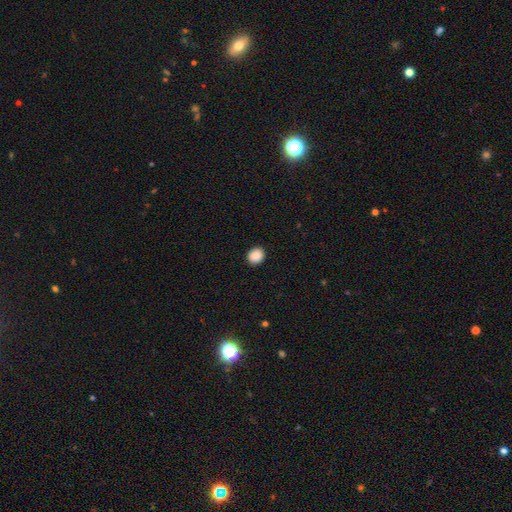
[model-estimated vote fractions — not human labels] A smooth galaxy with no disk features (90%) that is round (67%).

Vote fractions:
- Smooth or featured? smooth: 90% / star or artifact: 8% / featured or disk: 2%
- How rounded? round: 67% / in between: 32% / cigar-shaped: 1%
- Merging? none: 92% / minor disturbance: 6% / major disturbance: 2% / merger: 1%